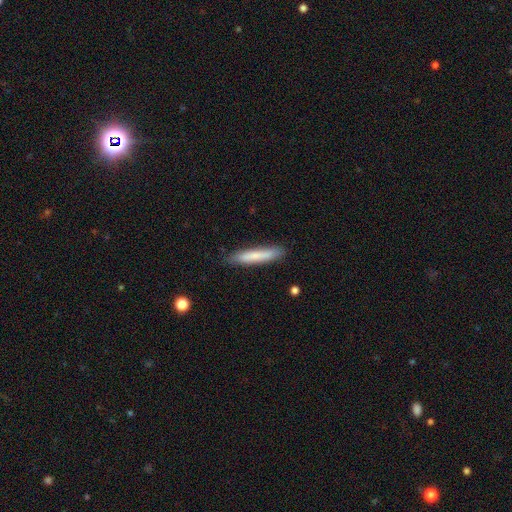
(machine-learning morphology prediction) This is likely a smooth galaxy (76%). How rounded: clearly cigar-shaped (92%). Merging: clearly none (85%).